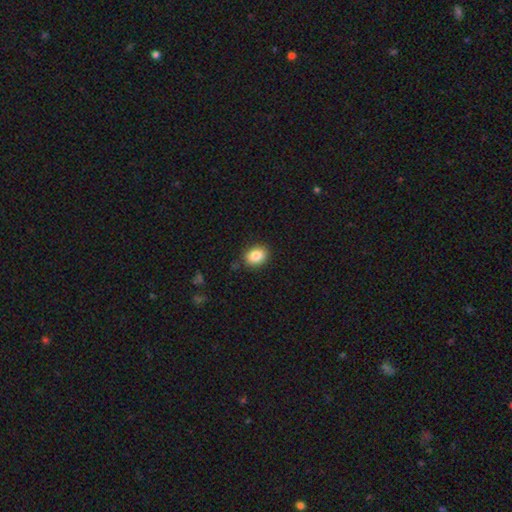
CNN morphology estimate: This is clearly a smooth galaxy (85%). How rounded: possibly in between (58%). Merging: clearly none (86%).